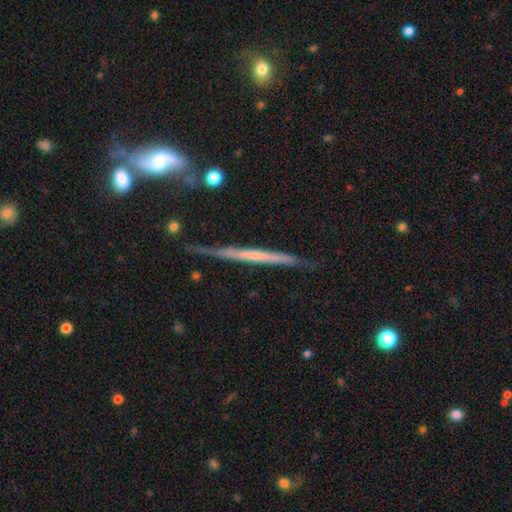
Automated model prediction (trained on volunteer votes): Smooth or featured? featured or disk (66%)
Edge-on disk? yes (94%)
Edge-on bulge? none (78%)
Merging? none (70%)